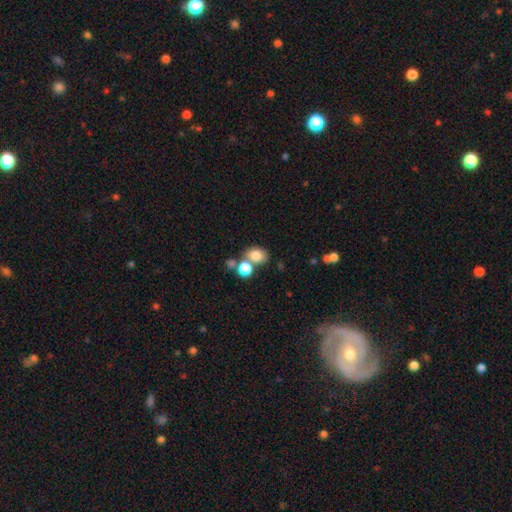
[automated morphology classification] Smooth or featured: smooth — 80% (star or artifact — 11%)
How rounded: in between — 59% (round — 40%)
Merging: none — 53% (merger — 31%)